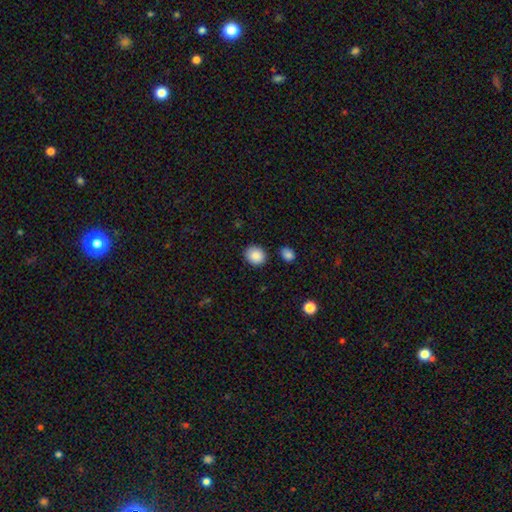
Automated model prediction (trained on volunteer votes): smooth 88%, star or artifact 8%, featured or disk 4%. Down the decision tree: how rounded — round (68%); merging — none (86%).